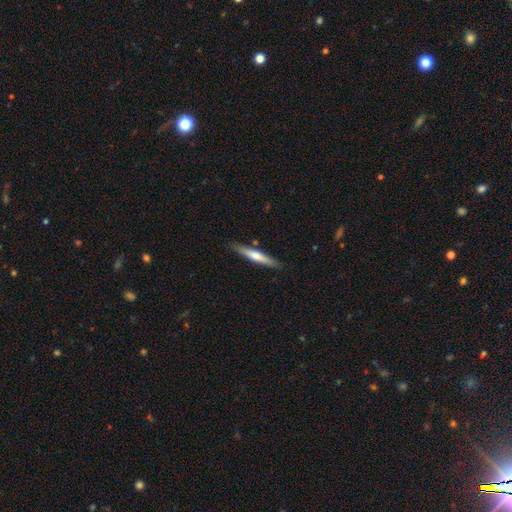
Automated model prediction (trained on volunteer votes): A smooth galaxy with no disk features (54%) that is cigar-shaped (93%). Merging: none (87%).